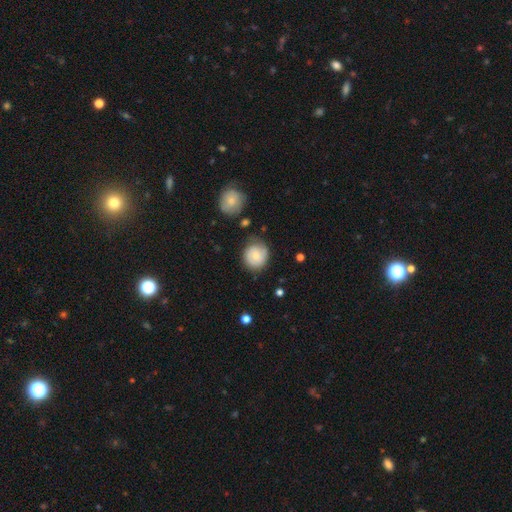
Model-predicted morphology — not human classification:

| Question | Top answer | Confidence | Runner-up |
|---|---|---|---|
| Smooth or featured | smooth | 55% | featured or disk (37%) |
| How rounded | round | 83% | in between (16%) |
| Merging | none | 67% | minor disturbance (22%) |